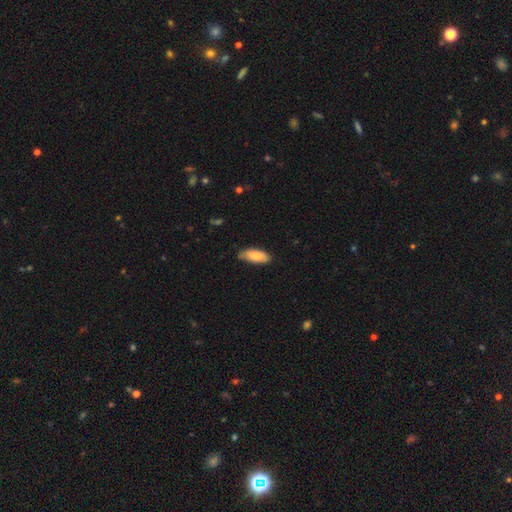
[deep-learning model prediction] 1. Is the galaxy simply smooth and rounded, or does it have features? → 85% smooth, 9% featured or disk, 6% star or artifact.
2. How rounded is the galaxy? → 77% in between, 21% cigar-shaped, 2% round.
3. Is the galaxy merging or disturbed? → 74% none, 22% minor disturbance, 3% major disturbance, 1% merger.